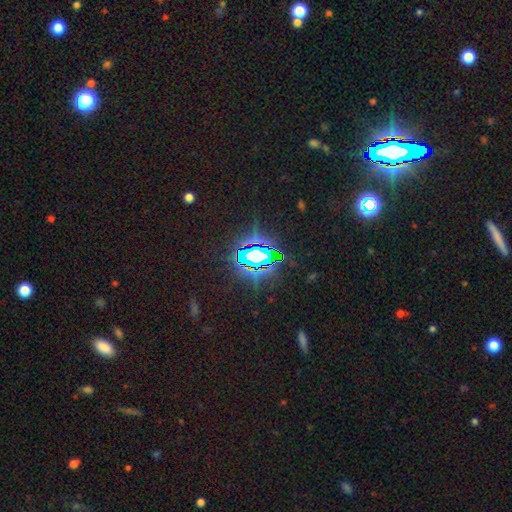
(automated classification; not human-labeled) smooth-or-featured: star or artifact: 77% | smooth: 13% | featured or disk: 11%